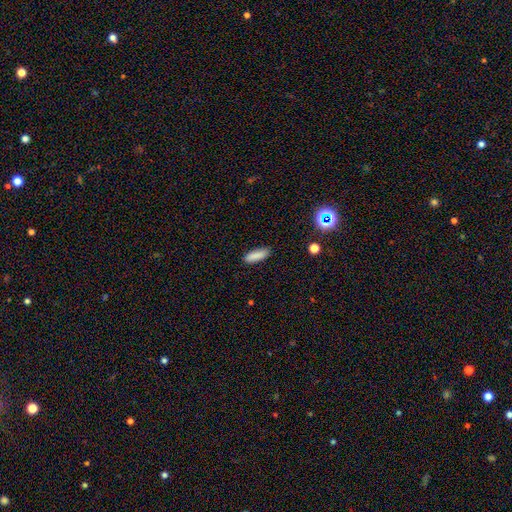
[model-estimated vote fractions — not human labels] A smooth galaxy with no disk features (86%) that is cigar-shaped (51%). Merging: none (87%).